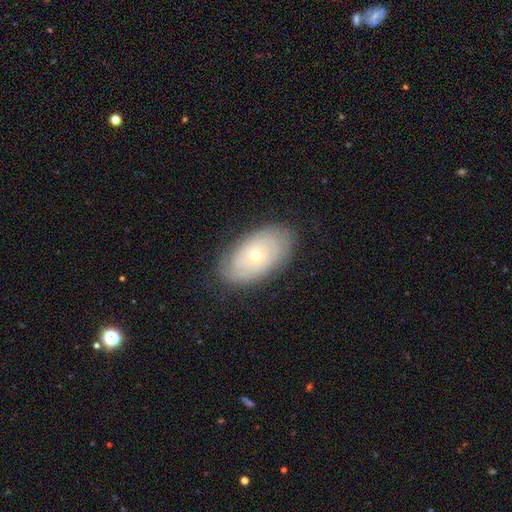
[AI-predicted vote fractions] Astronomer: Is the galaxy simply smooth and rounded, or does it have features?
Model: featured or disk — 58% (runner-up: smooth, 34%).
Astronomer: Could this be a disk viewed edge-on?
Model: no — 91%.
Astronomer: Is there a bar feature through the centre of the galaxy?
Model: no — 88%.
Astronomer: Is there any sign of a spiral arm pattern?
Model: yes — 62% (runner-up: no, 38%).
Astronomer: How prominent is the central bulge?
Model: small — 59% (runner-up: moderate, 38%).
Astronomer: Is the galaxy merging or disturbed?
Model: none — 81%.